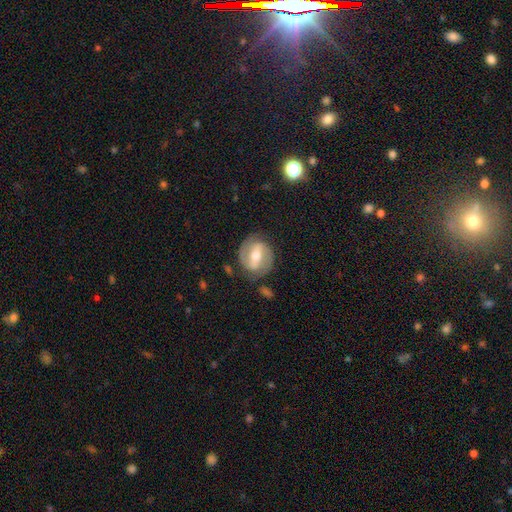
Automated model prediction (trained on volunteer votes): smooth-or-featured: featured or disk: 76% | smooth: 19% | star or artifact: 5%
  disk-edge-on: no: 96% | yes: 4%
    bar: strong: 54% | weak: 34% | no: 12%
    has-spiral-arms: yes: 84% | no: 16%
      spiral-winding: medium: 46% | tight: 39% | loose: 16%
      spiral-arm-count: 2: 87% | can't tell: 7% | 1: 3% | 3: 1% | 4: 1% | more than 4: 1%
    bulge-size: moderate: 69% | small: 20% | large: 8% | none: 1% | dominant: 1%
  merging: none: 78% | minor disturbance: 14% | major disturbance: 5% | merger: 2%